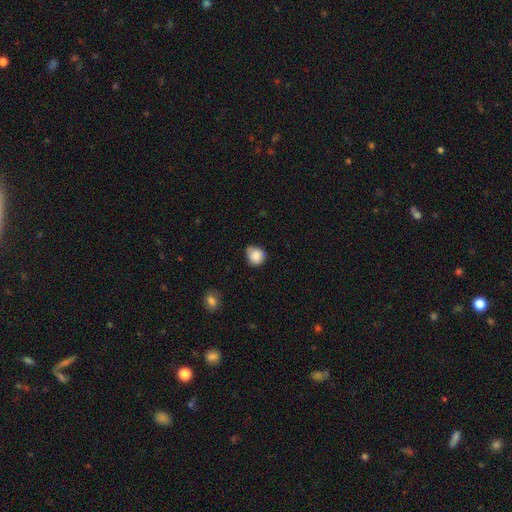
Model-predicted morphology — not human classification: smooth_or_featured: smooth (p=0.84) [alt: star or artifact p=0.09]
how_rounded: round (p=0.87) [alt: in between p=0.12]
merging: none (p=0.67) [alt: minor disturbance p=0.27]